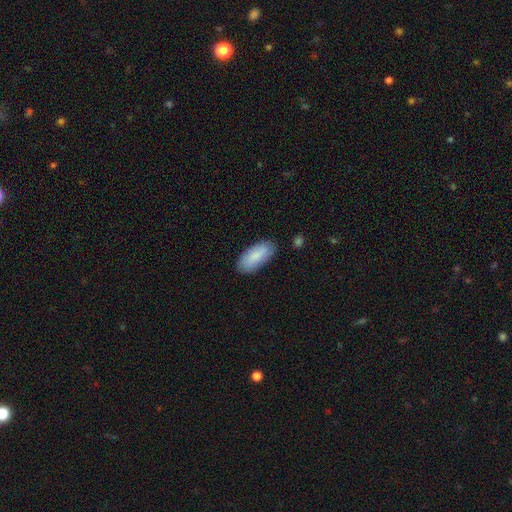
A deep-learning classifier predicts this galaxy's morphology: This appears to be a smooth galaxy with no disk features (86%) that is in between round and cigar-shaped (88%). Merging: none (84%).